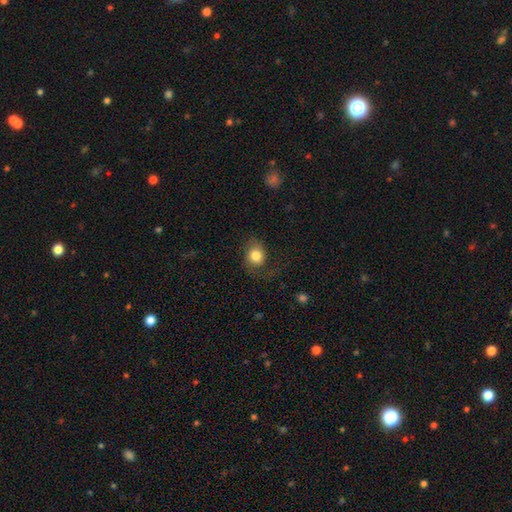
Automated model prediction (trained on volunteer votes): Smooth or featured? smooth (74%)
How rounded? round (58%)
Merging? none (53%)